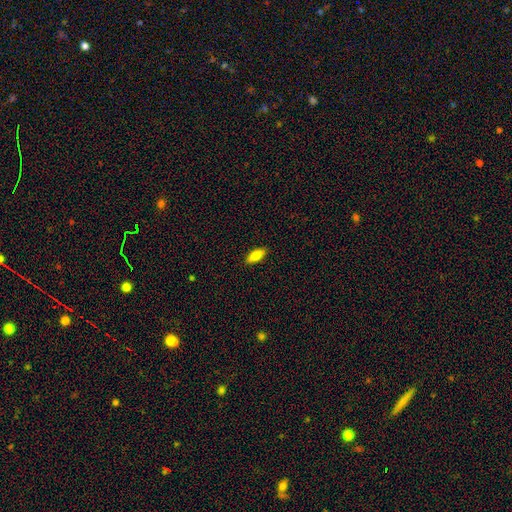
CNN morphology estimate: A smooth galaxy with no disk features (78%) that is in between round and cigar-shaped (81%). Merging: none (89%).